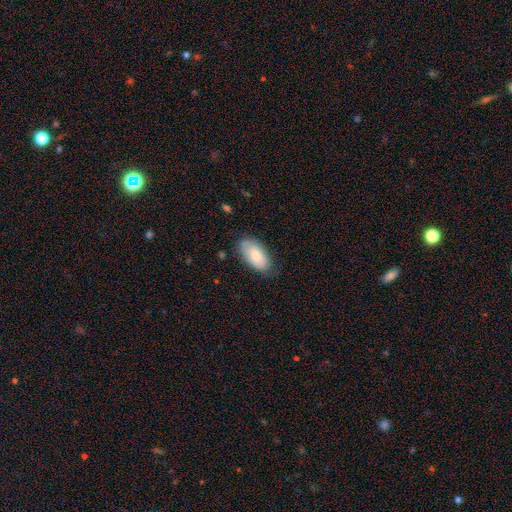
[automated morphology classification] Smooth or featured? smooth (73%)
How rounded? in between (94%)
Merging? none (73%)